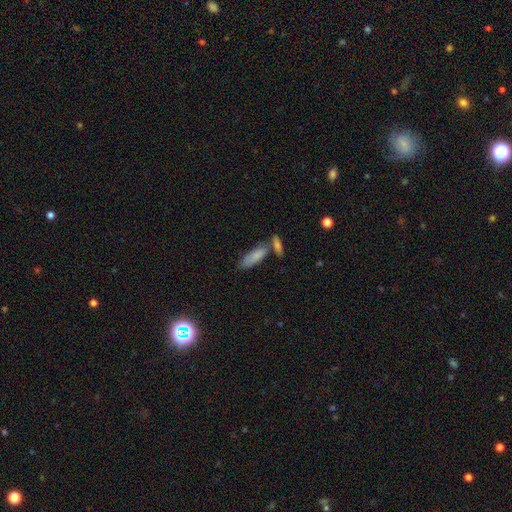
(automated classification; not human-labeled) A smooth galaxy with no disk features (78%) that is in between round and cigar-shaped (60%).

Vote fractions:
- Smooth or featured? smooth: 78% / featured or disk: 14% / star or artifact: 8%
- How rounded? in between: 60% / cigar-shaped: 37% / round: 2%
- Merging? none: 53% / merger: 28% / minor disturbance: 14% / major disturbance: 5%